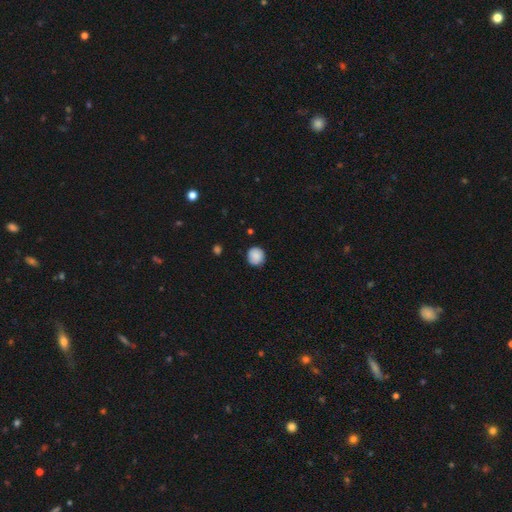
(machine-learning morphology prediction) type=smooth (88%); roundness=round (92%); merging=none (86%).